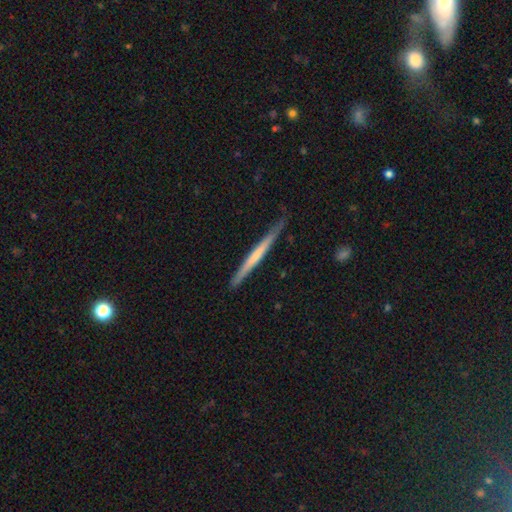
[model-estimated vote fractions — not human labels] Smooth or featured?
  - featured or disk: 52% *
  - smooth: 43%
  - star or artifact: 5%
Edge-on disk?
  - yes: 97% *
  - no: 3%
Edge-on bulge?
  - none: 77% *
  - rounded: 15%
  - boxy: 8%
Merging?
  - none: 83% *
  - minor disturbance: 13%
  - major disturbance: 2%
  - merger: 1%